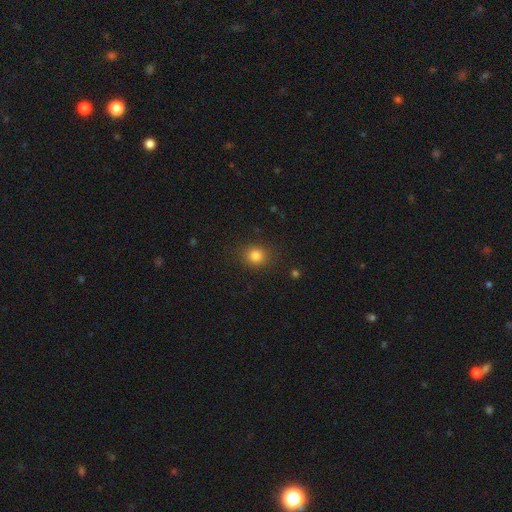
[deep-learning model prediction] smooth-or-featured: smooth: 81% | star or artifact: 13% | featured or disk: 6%
  how-rounded: round: 77% | in between: 22% | cigar-shaped: 1%
  merging: none: 88% | minor disturbance: 8% | major disturbance: 3% | merger: 1%